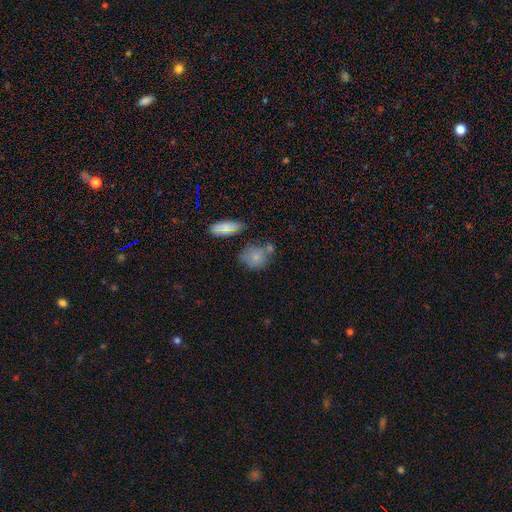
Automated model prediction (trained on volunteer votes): Smooth or featured? smooth (76%)
How rounded? round (68%)
Merging? none (54%)